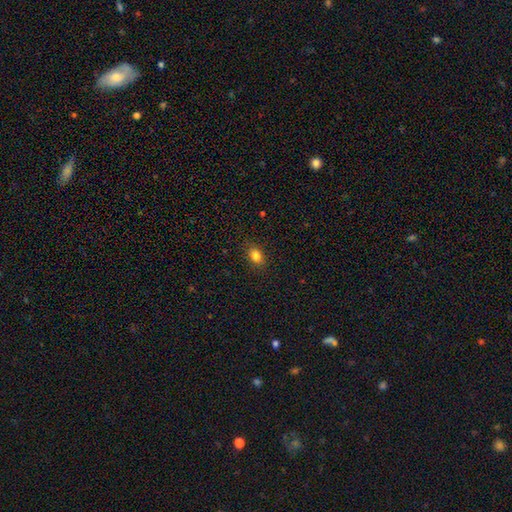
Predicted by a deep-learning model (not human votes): smooth_or_featured: smooth (p=0.83) [alt: star or artifact p=0.10]
how_rounded: in between (p=0.75) [alt: round p=0.24]
merging: none (p=0.87) [alt: minor disturbance p=0.10]